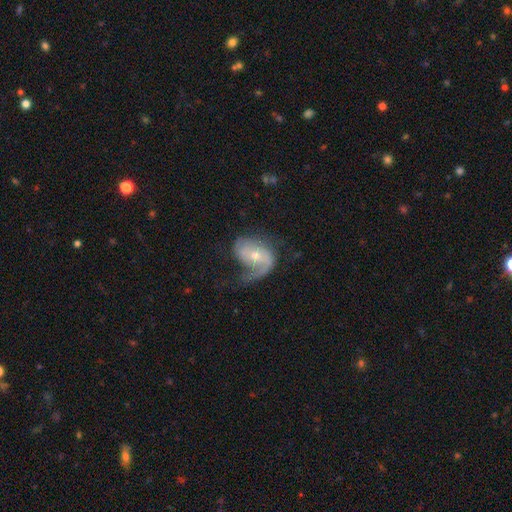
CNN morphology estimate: A featured or disk galaxy (77%) with no bar (59%), 2 (47%) loose (41%) spiral arms (92%) and a moderate central bulge (50%).

Vote fractions:
- Smooth or featured? featured or disk: 77% / smooth: 17% / star or artifact: 6%
- Edge-on disk? no: 97% / yes: 3%
- Bar? no: 59% / weak: 32% / strong: 9%
- Spiral arms? yes: 92% / no: 8%
- Spiral winding? loose: 41% / medium: 39% / tight: 20%
- Spiral arm count? 2: 47% / 1: 39% / can't tell: 8% / 3: 3% / 4: 1% / more than 4: 1%
- Bulge size? moderate: 50% / small: 46% / large: 2% / none: 1% / dominant: 1%
- Merging? none: 42% / major disturbance: 29% / minor disturbance: 27% / merger: 2%